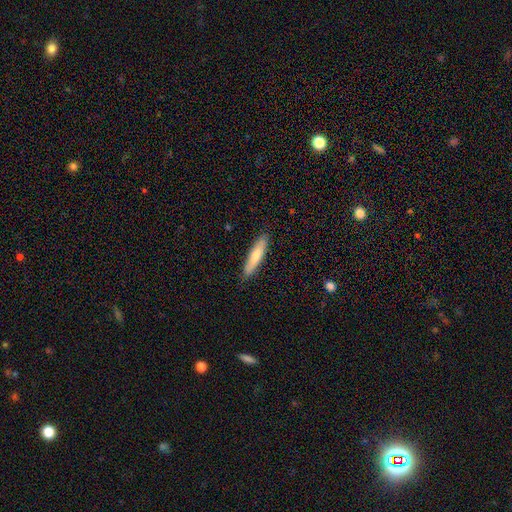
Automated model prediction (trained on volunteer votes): This appears to be a smooth galaxy with no disk features (73%) that is cigar-shaped (82%). Merging: none (86%).